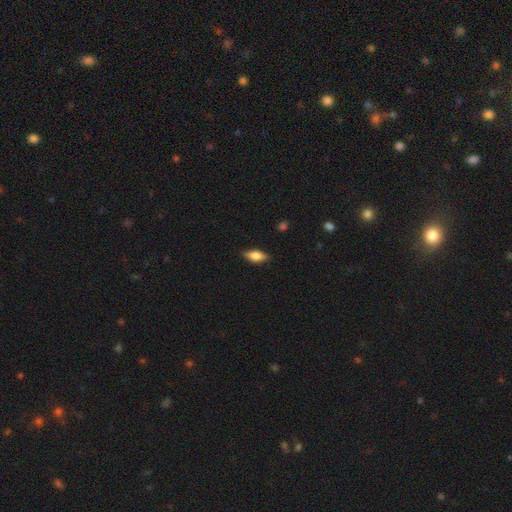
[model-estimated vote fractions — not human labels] Overall: smooth (74%). How rounded: in between (83%). Merging: none (84%).